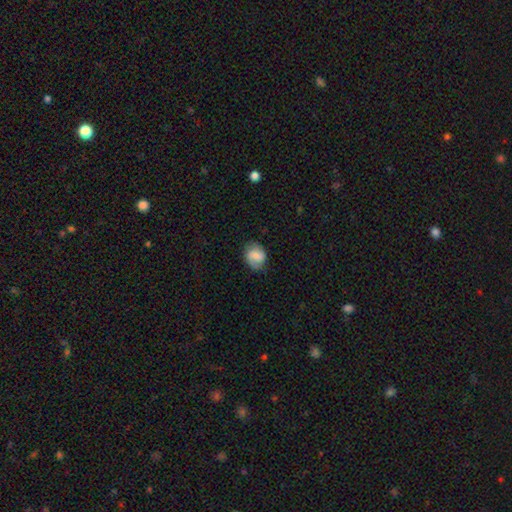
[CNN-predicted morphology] Overall: smooth (48%; featured or disk 43%). Merging: none (68%).